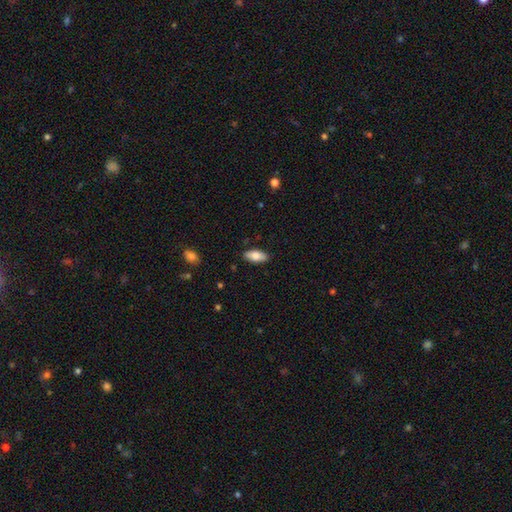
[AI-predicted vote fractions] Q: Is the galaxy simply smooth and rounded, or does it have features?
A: smooth — 83%.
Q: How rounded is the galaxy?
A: in between — 88%.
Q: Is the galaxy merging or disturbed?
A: none — 88%.